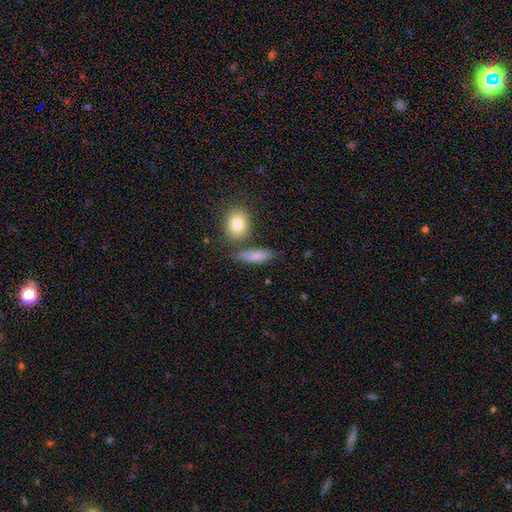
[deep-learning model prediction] A smooth galaxy with no disk features (80%) that is in between round and cigar-shaped (57%). Merging: none (69%).